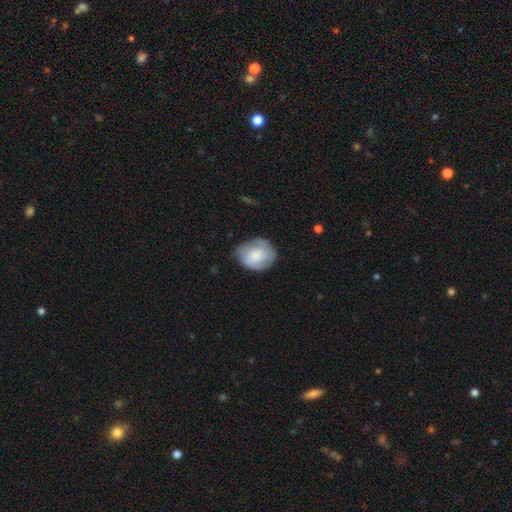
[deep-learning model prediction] smooth 54%, featured or disk 40%, star or artifact 6%. Down the decision tree: how rounded — round (60%); merging — none (66%).